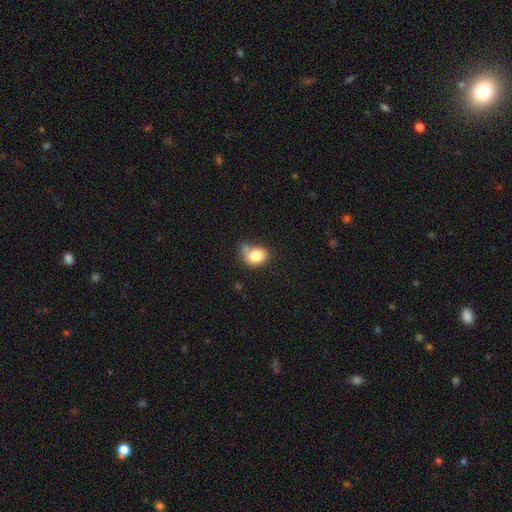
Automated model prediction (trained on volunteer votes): A smooth galaxy with no disk features (80%) that is in between round and cigar-shaped (53%).

Vote fractions:
- Smooth or featured? smooth: 80% / featured or disk: 11% / star or artifact: 9%
- How rounded? in between: 53% / round: 46% / cigar-shaped: 1%
- Merging? none: 39% / minor disturbance: 29% / merger: 19% / major disturbance: 14%